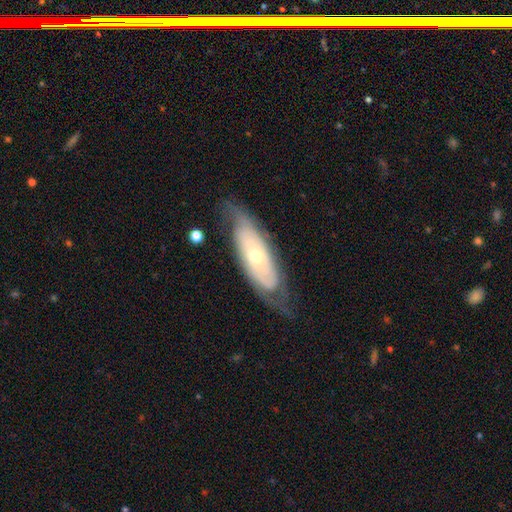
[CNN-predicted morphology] This appears to be a featured or disk galaxy (70%) with no bar (74%), spiral arms (75%) and a small central bulge (49%). Merging: none (63%).